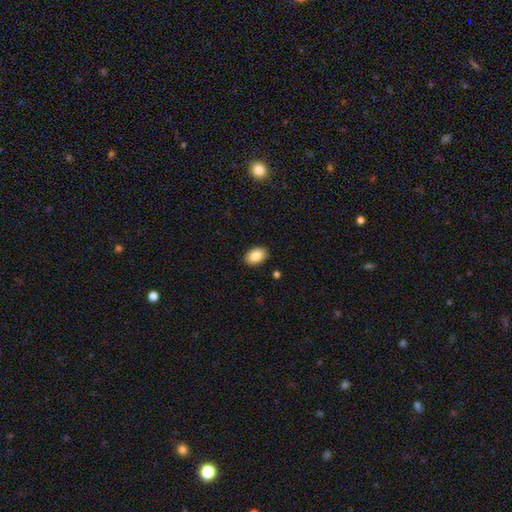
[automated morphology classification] Overall: smooth (86%). How rounded: in between (84%). Merging: none (89%).